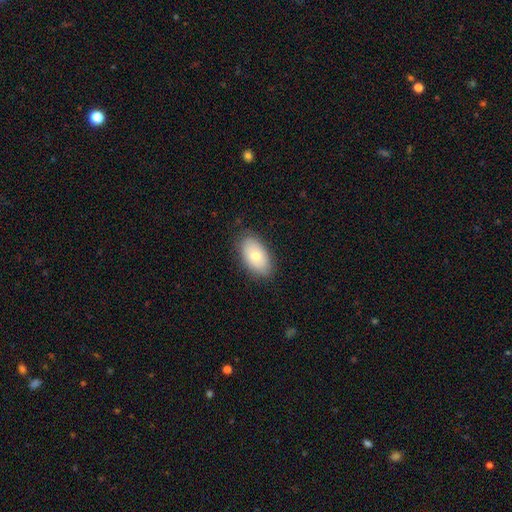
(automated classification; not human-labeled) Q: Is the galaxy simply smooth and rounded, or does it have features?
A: smooth — 72%.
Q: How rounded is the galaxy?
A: in between — 93%.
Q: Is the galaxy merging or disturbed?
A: none — 84%.